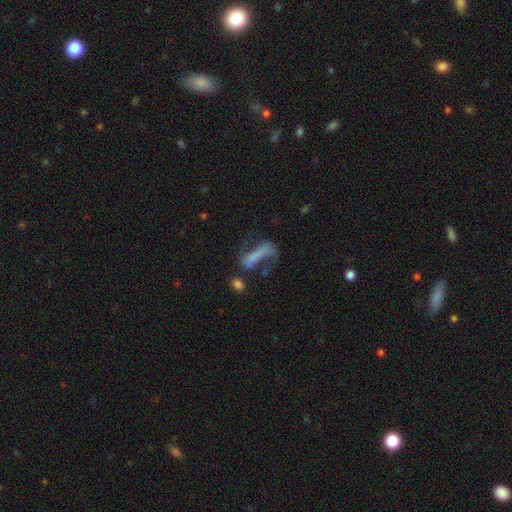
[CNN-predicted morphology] Q: Smooth or featured?
A: featured or disk (48%); runner-up: smooth (38%)
Q: Merging?
A: major disturbance (38%); runner-up: none (31%)